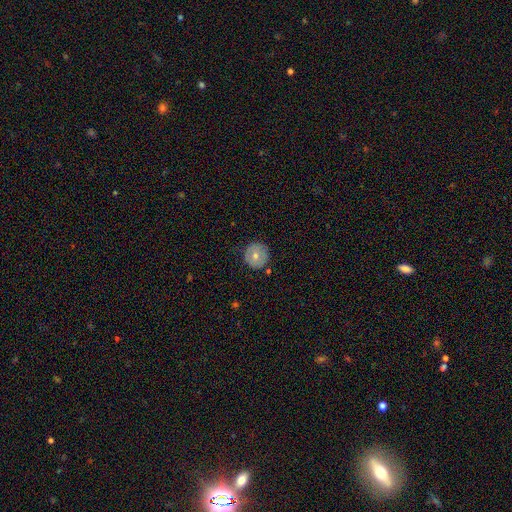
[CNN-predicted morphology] smooth-or-featured: smooth: 64% | featured or disk: 28% | star or artifact: 8%
  how-rounded: round: 94% | in between: 5% | cigar-shaped: 1%
  merging: none: 83% | minor disturbance: 12% | major disturbance: 3% | merger: 2%